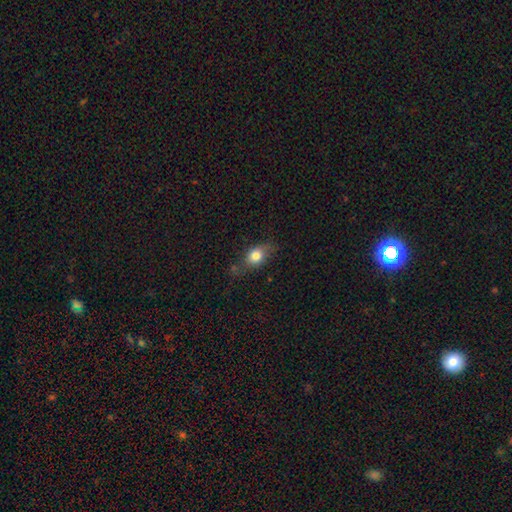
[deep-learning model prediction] A smooth galaxy with no disk features (77%) that is in between round and cigar-shaped (67%).

Vote fractions:
- Smooth or featured? smooth: 77% / featured or disk: 14% / star or artifact: 9%
- How rounded? in between: 67% / round: 28% / cigar-shaped: 5%
- Merging? none: 57% / minor disturbance: 28% / major disturbance: 10% / merger: 5%